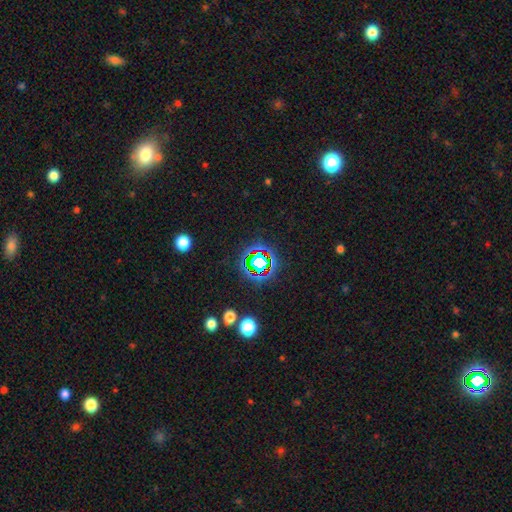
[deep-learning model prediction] Overall: star or artifact (68%).